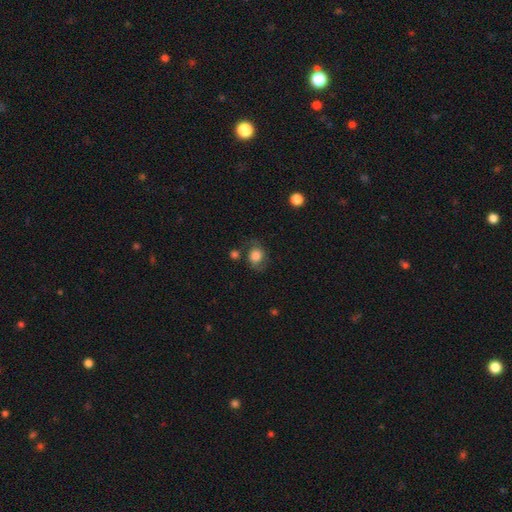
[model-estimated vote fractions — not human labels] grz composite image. It shows a smooth galaxy with no disk features (66%) that is round (63%). Merging: none (61%).